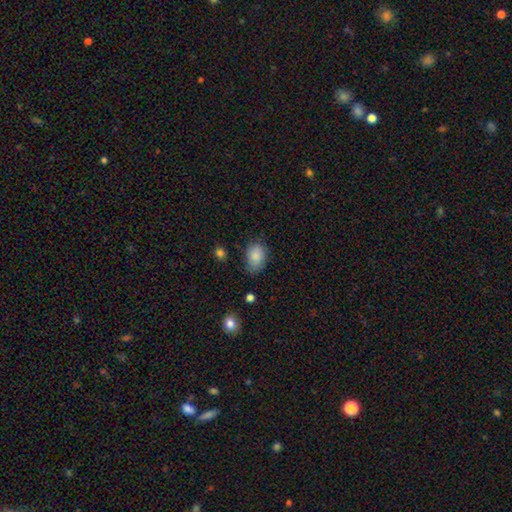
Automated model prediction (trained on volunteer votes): smooth_or_featured: smooth (p=0.86) [alt: star or artifact p=0.08]
how_rounded: in between (p=0.79) [alt: round p=0.20]
merging: none (p=0.71) [alt: minor disturbance p=0.23]